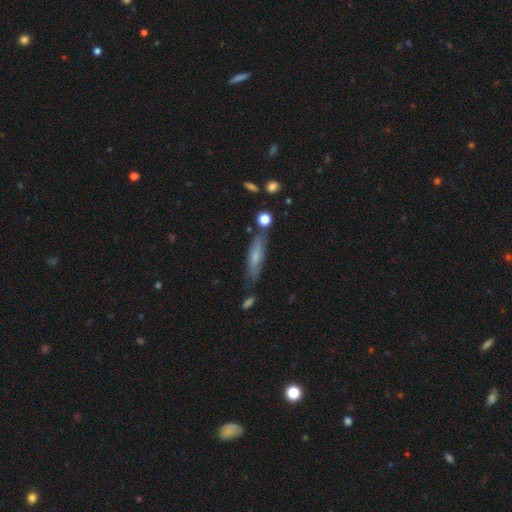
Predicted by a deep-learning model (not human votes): Smooth or featured? Predicted: smooth (p=0.58). How rounded? Predicted: cigar-shaped (p=0.72). Merging? Predicted: none (p=0.68).